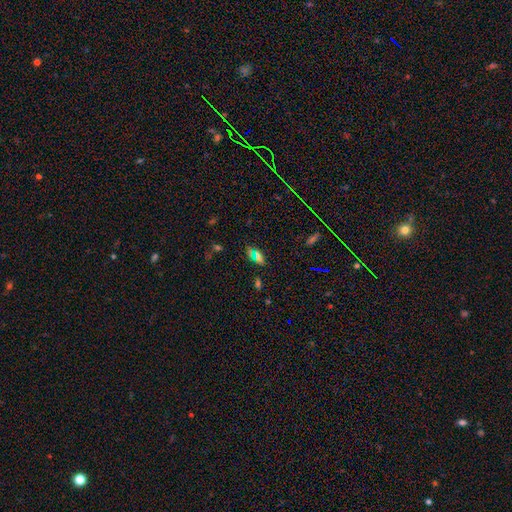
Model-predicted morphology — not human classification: Q: Smooth or featured?
A: smooth (50%); runner-up: star or artifact (37%)
Q: Merging?
A: none (69%); runner-up: minor disturbance (15%)